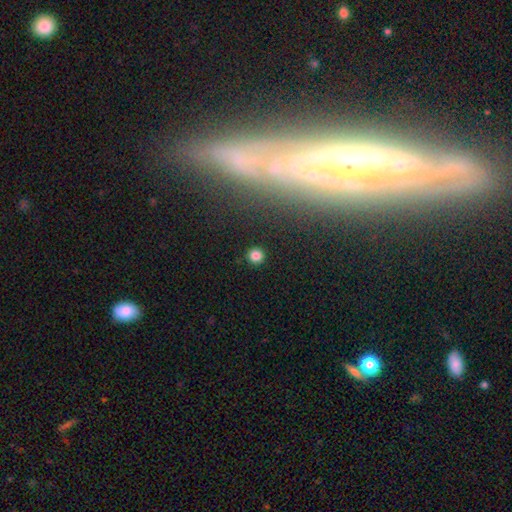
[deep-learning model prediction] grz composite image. It shows a smooth galaxy with no disk features (82%) that is round (94%). Merging: none (92%).